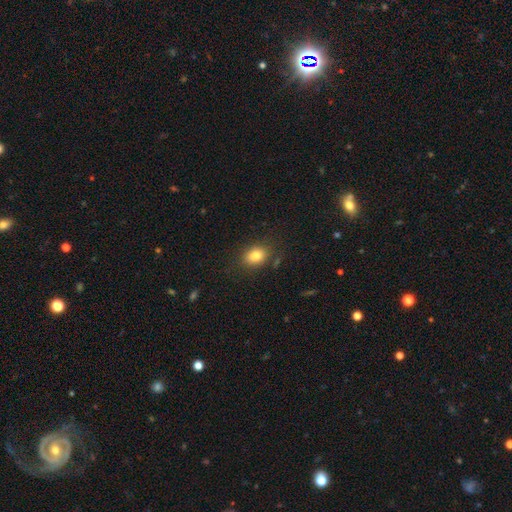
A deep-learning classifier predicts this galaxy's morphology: A smooth galaxy with no disk features (83%) that is in between round and cigar-shaped (68%).

Vote fractions:
- Smooth or featured? smooth: 83% / star or artifact: 10% / featured or disk: 7%
- How rounded? in between: 68% / round: 31% / cigar-shaped: 1%
- Merging? none: 81% / minor disturbance: 12% / major disturbance: 4% / merger: 3%